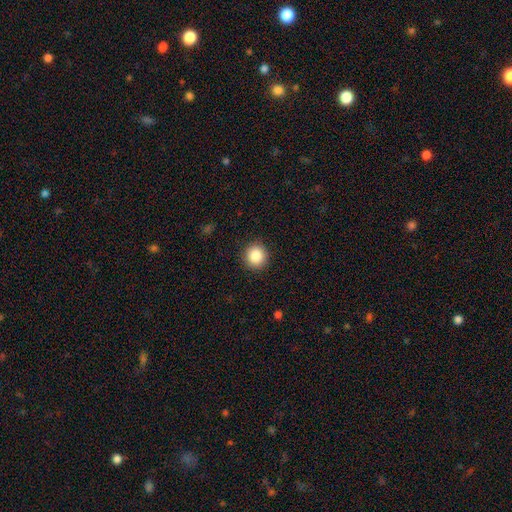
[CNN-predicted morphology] This appears to be a smooth galaxy with no disk features (86%) that is round (92%). Merging: none (92%).